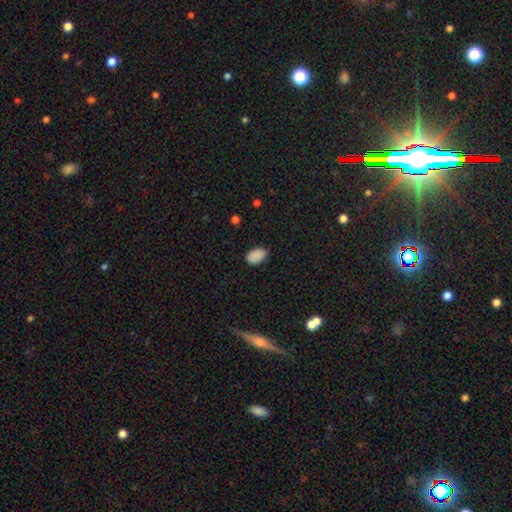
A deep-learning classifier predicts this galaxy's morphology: type=smooth (88%); roundness=in between (92%); merging=none (82%).